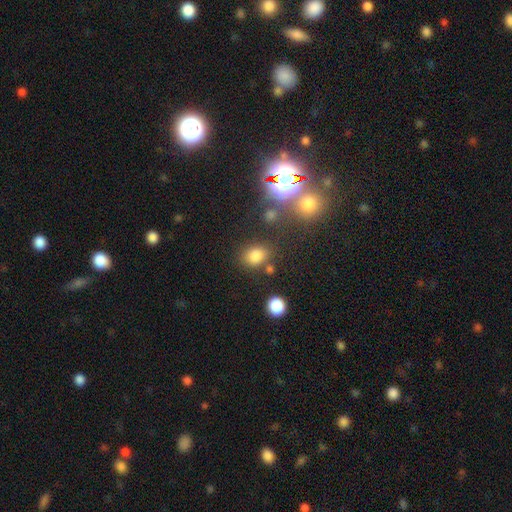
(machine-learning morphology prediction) smooth_or_featured: smooth (p=0.77) [alt: star or artifact p=0.17]
how_rounded: in between (p=0.55) [alt: round p=0.44]
merging: none (p=0.72) [alt: minor disturbance p=0.14]